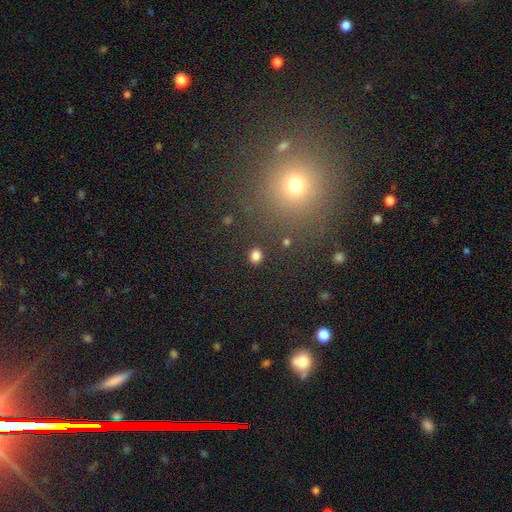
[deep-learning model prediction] Morphology: type=smooth (82%); roundness=round (81%); merging=none (89%).